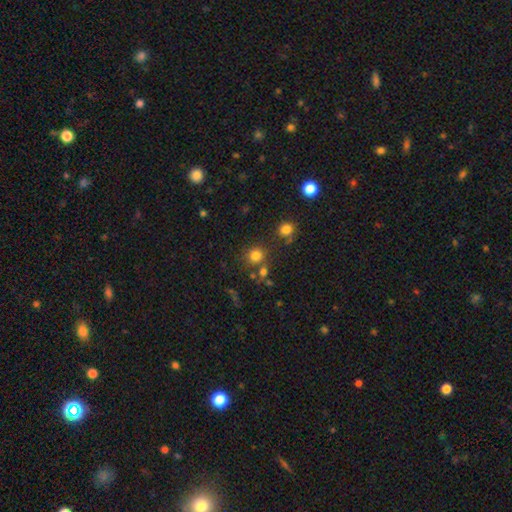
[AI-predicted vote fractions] The model was most divided on "merging": none: 73%, merger: 13%, minor disturbance: 10%, major disturbance: 4%. More confident: how rounded — round (86%); smooth or featured — smooth (78%).